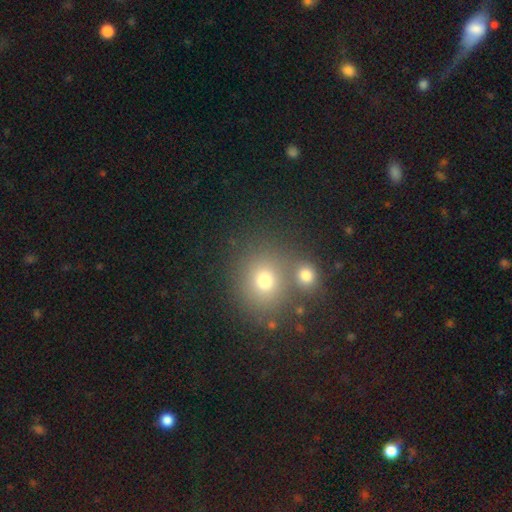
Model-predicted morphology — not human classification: Smooth or featured: smooth — 61% (star or artifact — 29%)
How rounded: round — 83% (in between — 16%)
Merging: none — 71% (merger — 17%)